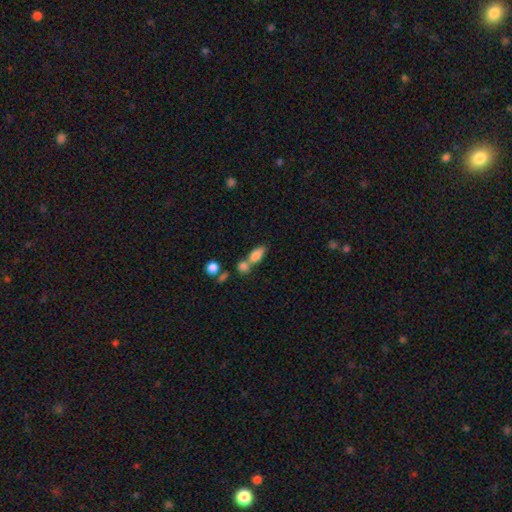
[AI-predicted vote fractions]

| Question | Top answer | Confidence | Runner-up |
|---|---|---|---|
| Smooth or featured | smooth | 79% | featured or disk (12%) |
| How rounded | in between | 80% | cigar-shaped (10%) |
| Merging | merger | 48% | none (36%) |